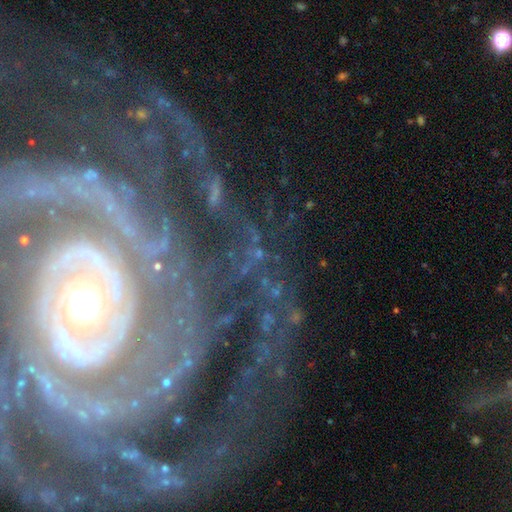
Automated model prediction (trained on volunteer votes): A featured or disk galaxy (72%) with a strong bar (37%), can't tell (23%, tied with 2) tight (63%) spiral arms (94%) and a small central bulge (57%).

Vote fractions:
- Smooth or featured? featured or disk: 72% / star or artifact: 17% / smooth: 11%
- Edge-on disk? no: 93% / yes: 7%
- Bar? strong: 37% / no: 33% / weak: 30%
- Spiral arms? yes: 94% / no: 6%
- Spiral winding? tight: 63% / medium: 27% / loose: 10%
- Spiral arm count? can't tell: 23% (tied) / 2: 23% (tied) / 3: 18% / 4: 13% / more than 4: 12% / 1: 12%
- Bulge size? small: 57% / moderate: 29% / large: 6% / none: 5% / dominant: 3%
- Merging? none: 67% / minor disturbance: 15% / major disturbance: 12% / merger: 5%